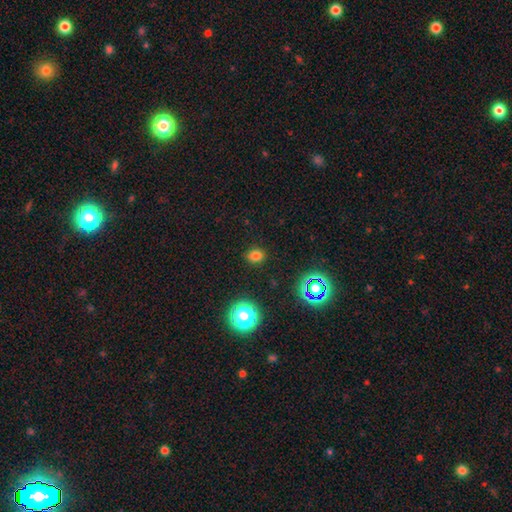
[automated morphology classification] type=smooth (74%); roundness=round (62%); merging=none (88%).